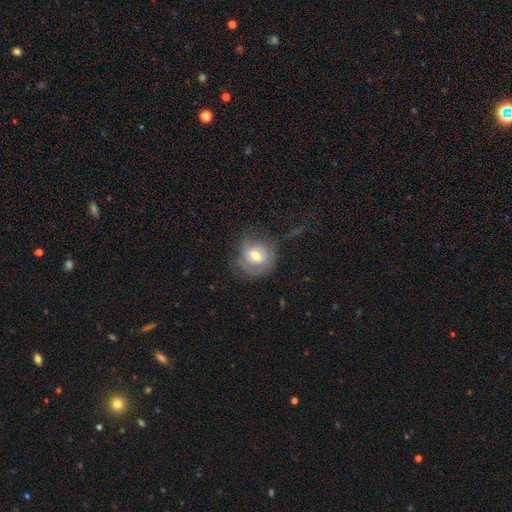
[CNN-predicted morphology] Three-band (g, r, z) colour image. It shows a featured or disk galaxy (50%). Merging: none (56%).